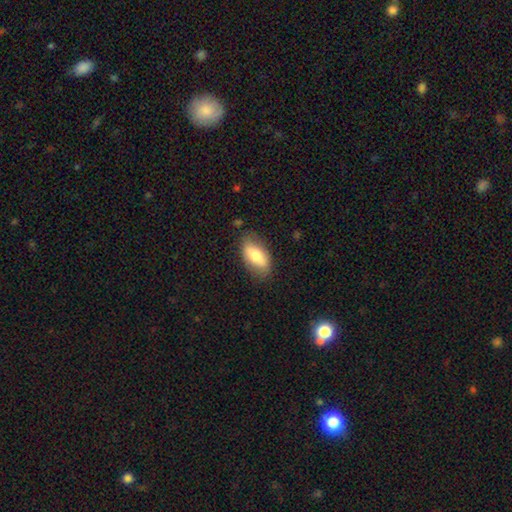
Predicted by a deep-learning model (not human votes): smooth_or_featured: smooth (p=0.68) [alt: featured or disk p=0.25]
how_rounded: in between (p=0.88) [alt: cigar-shaped p=0.08]
merging: none (p=0.77) [alt: minor disturbance p=0.17]